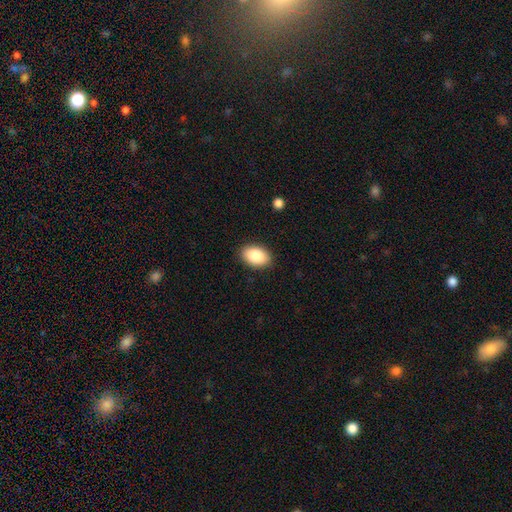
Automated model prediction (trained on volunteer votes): Morphology: type=smooth (86%); roundness=in between (90%); merging=none (88%).